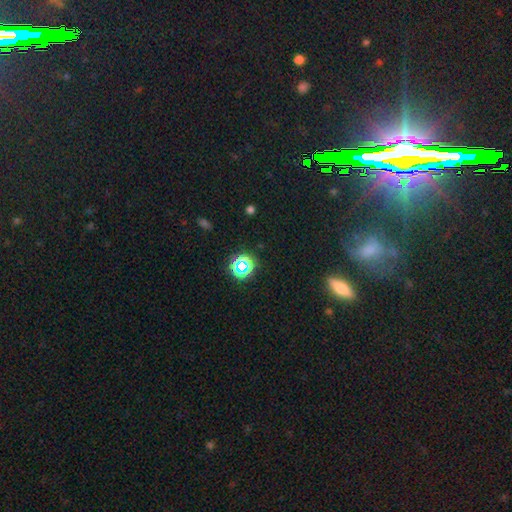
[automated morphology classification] This appears to be a star or artifact, not a galaxy (75%).